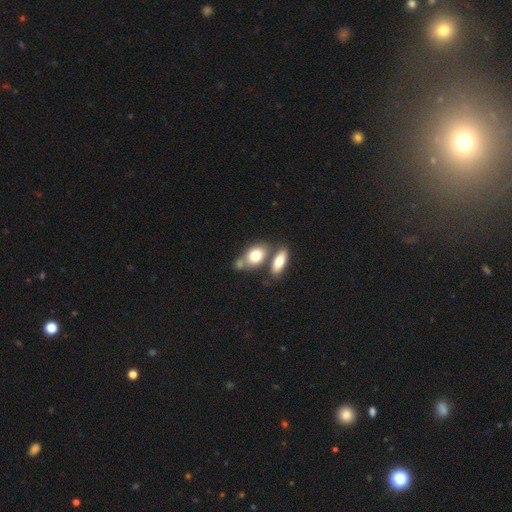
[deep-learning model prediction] Smooth or featured: smooth — 77% (featured or disk — 16%)
How rounded: in between — 79% (round — 16%)
Merging: merger — 43% (none — 42%)